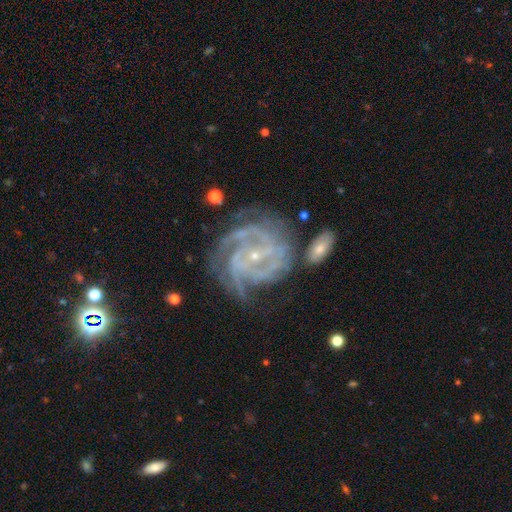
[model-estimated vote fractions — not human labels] Morphology: type=featured or disk (90%); edge-on=no (98%); bar=no (44%); spiral arms=yes (98%); winding=tight (68%); arm count=3 (33%); bulge=small (82%); merging=none (59%).